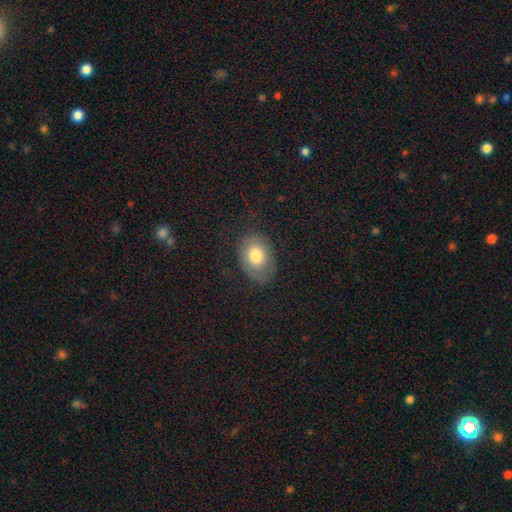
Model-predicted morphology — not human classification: The model was most divided on "how rounded": in between: 74%, round: 25%, cigar-shaped: 1%. More confident: smooth or featured — smooth (74%); merging — none (72%).